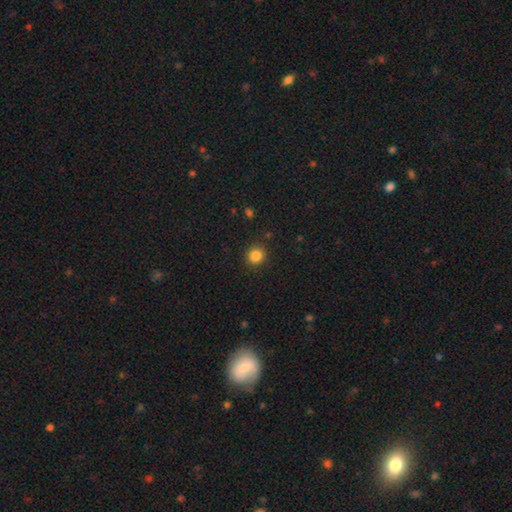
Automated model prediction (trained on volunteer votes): Morphology: type=smooth (85%); roundness=round (89%); merging=none (90%).